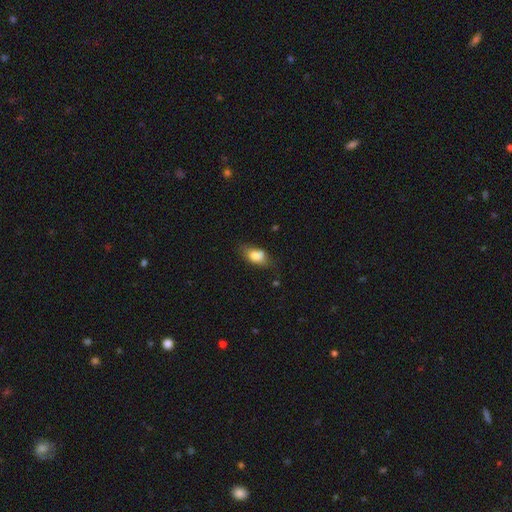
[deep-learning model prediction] Smooth or featured? smooth (76%)
How rounded? in between (84%)
Merging? none (50%)